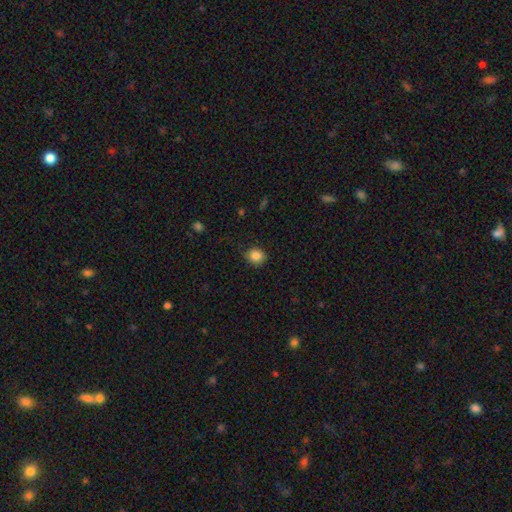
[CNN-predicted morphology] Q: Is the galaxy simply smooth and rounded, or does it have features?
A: smooth — 85%.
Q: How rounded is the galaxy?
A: round — 80%.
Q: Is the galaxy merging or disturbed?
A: none — 79%.